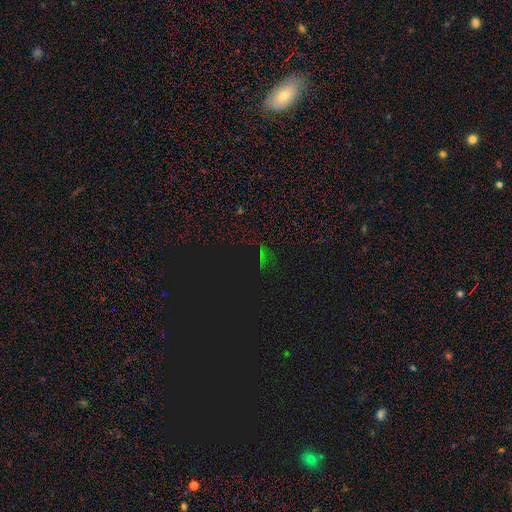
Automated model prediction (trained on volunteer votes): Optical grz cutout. It shows a star or artifact, not a galaxy (79%).